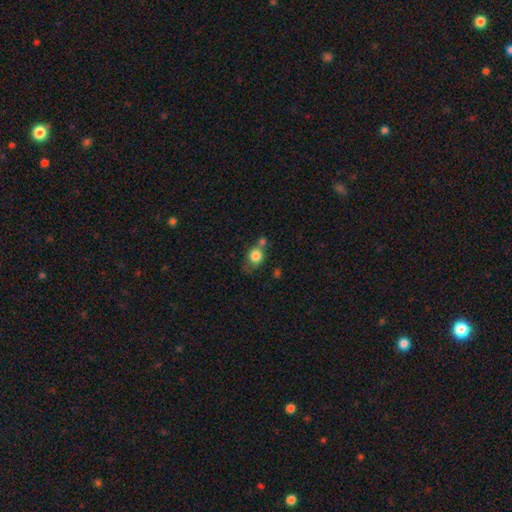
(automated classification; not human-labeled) A smooth galaxy with no disk features (81%) that is round (76%). Merging: none (43%).